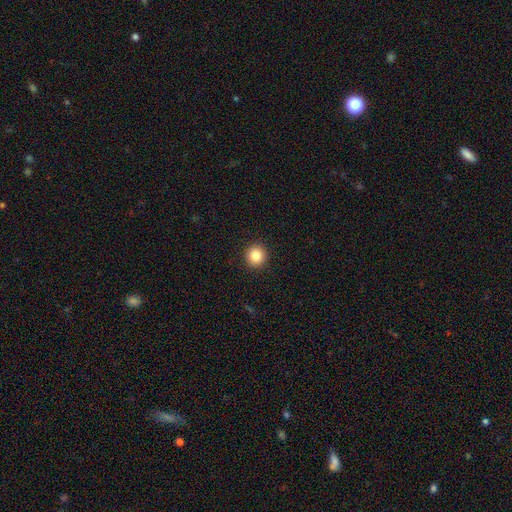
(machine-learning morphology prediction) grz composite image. It shows a smooth galaxy with no disk features (85%) that is round (93%). Merging: none (93%).